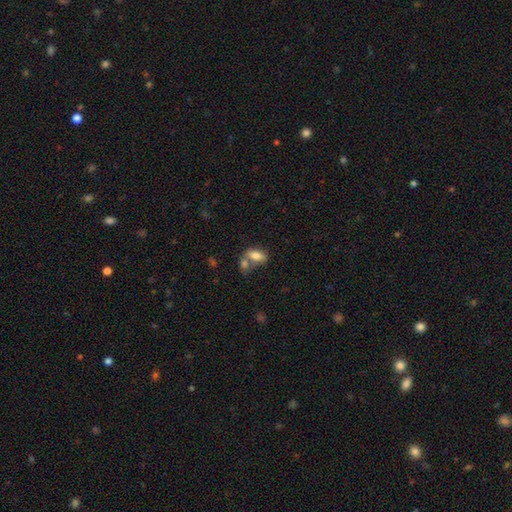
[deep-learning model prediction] This is likely a smooth galaxy (76%). How rounded: clearly in between (86%). Merging: possibly merger (45%).